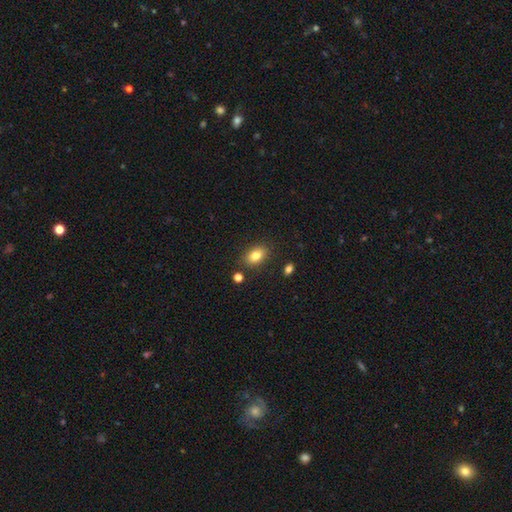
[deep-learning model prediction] smooth-or-featured: smooth: 82% | featured or disk: 9% | star or artifact: 9%
  how-rounded: in between: 85% | round: 13% | cigar-shaped: 2%
  merging: none: 83% | minor disturbance: 11% | merger: 4% | major disturbance: 3%